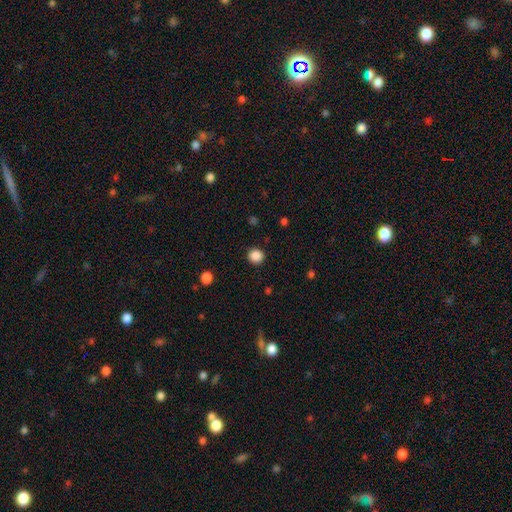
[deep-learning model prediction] Smooth or featured: smooth — 87% (star or artifact — 10%)
How rounded: round — 91% (in between — 8%)
Merging: none — 91% (minor disturbance — 5%)